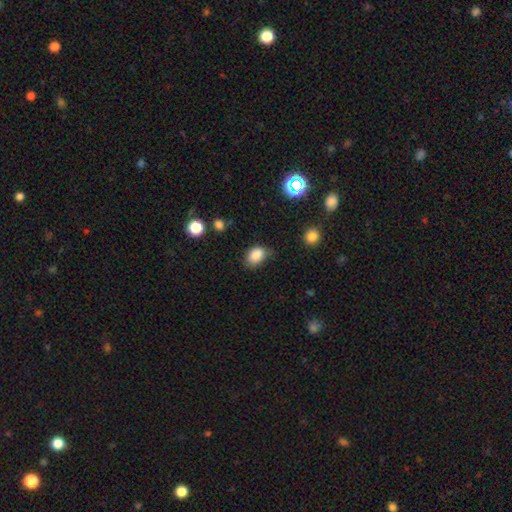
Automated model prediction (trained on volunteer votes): The model was most divided on "merging": none: 60%, minor disturbance: 31%, major disturbance: 7%, merger: 3%. More confident: smooth or featured — smooth (85%); how rounded — in between (75%).